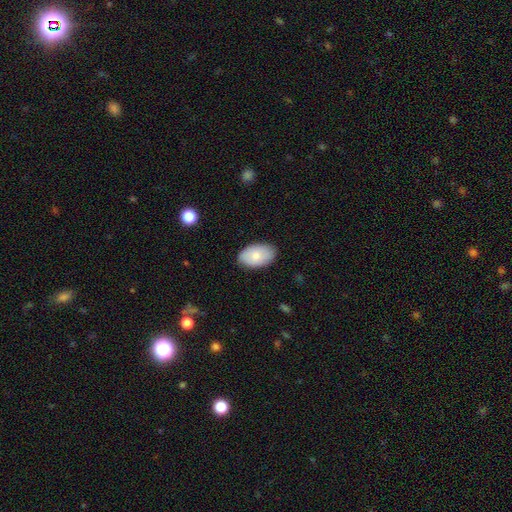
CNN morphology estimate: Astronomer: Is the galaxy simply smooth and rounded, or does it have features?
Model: smooth — 79%.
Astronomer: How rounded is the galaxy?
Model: in between — 93%.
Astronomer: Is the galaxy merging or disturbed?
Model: none — 84%.